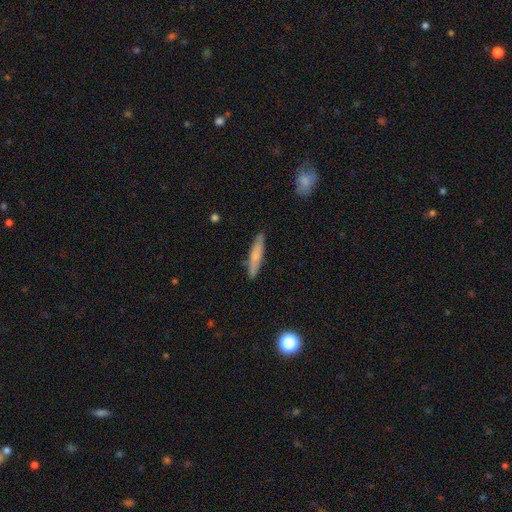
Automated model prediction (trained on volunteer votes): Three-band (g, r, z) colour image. It shows a smooth galaxy with no disk features (70%) that is cigar-shaped (90%). Merging: none (87%).